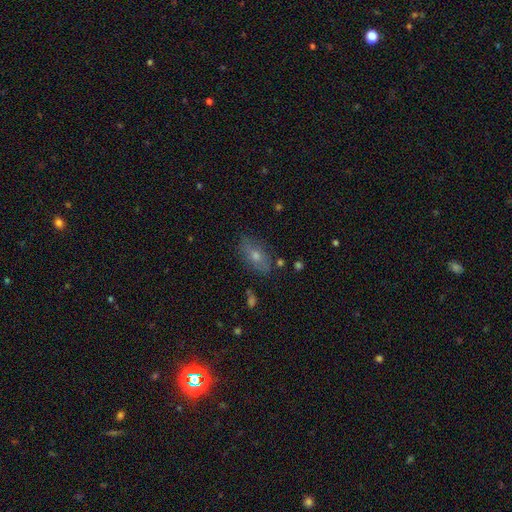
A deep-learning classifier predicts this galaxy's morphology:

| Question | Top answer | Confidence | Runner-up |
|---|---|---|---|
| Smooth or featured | smooth | 49% | featured or disk (32%) |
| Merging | none | 79% | minor disturbance (14%) |